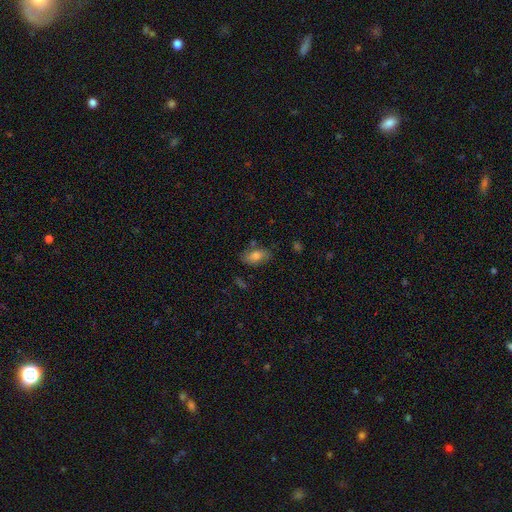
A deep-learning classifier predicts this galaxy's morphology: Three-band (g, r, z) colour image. It shows a smooth galaxy with no disk features (76%) that is in between round and cigar-shaped (90%). Merging: none (76%).